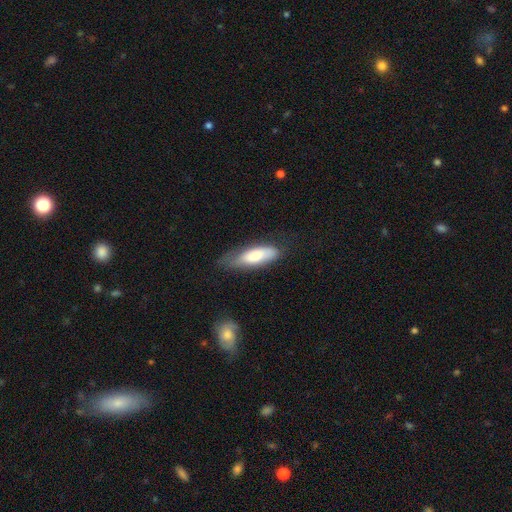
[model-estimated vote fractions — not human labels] smooth_or_featured: smooth (p=0.74) [alt: featured or disk p=0.20]
how_rounded: in between (p=0.58) [alt: cigar-shaped p=0.40]
merging: none (p=0.54) [alt: minor disturbance p=0.32]